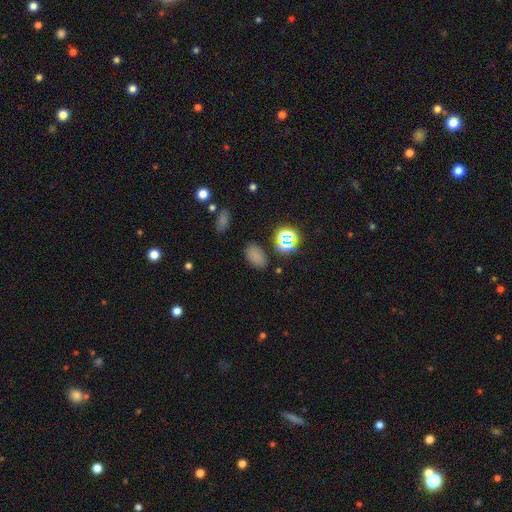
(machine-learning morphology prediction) smooth-or-featured: smooth: 73% | star or artifact: 20% | featured or disk: 6%
  how-rounded: in between: 89% | round: 9% | cigar-shaped: 2%
  merging: none: 82% | minor disturbance: 12% | major disturbance: 4% | merger: 3%